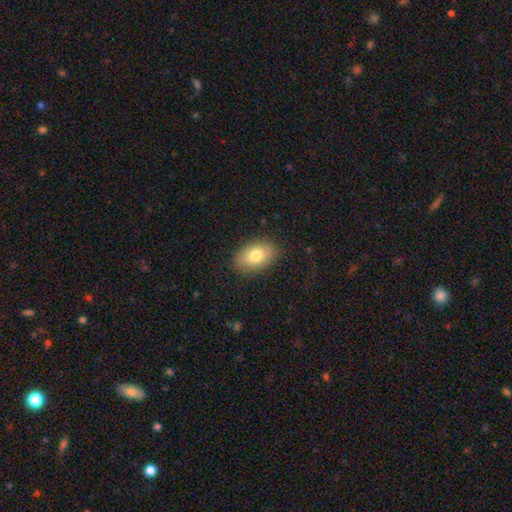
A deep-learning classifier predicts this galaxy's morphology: Smooth or featured?
  - smooth: 78% *
  - featured or disk: 14%
  - star or artifact: 8%
How rounded?
  - in between: 87% *
  - round: 11%
  - cigar-shaped: 1%
Merging?
  - none: 85% *
  - minor disturbance: 11%
  - major disturbance: 3%
  - merger: 1%